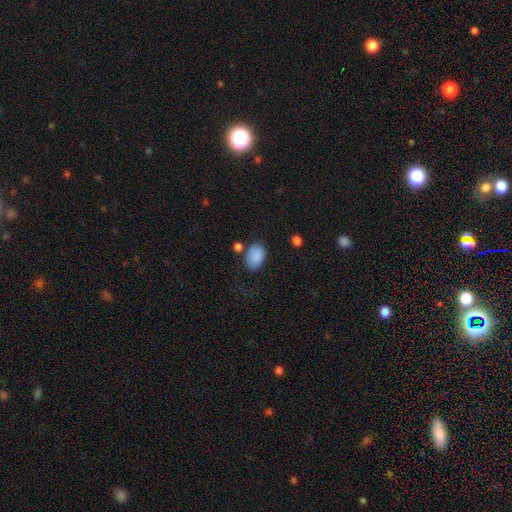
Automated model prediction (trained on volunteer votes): The model was most divided on "merging": none: 66%, minor disturbance: 18%, merger: 8%, major disturbance: 7%. More confident: smooth or featured — smooth (88%); how rounded — in between (84%).